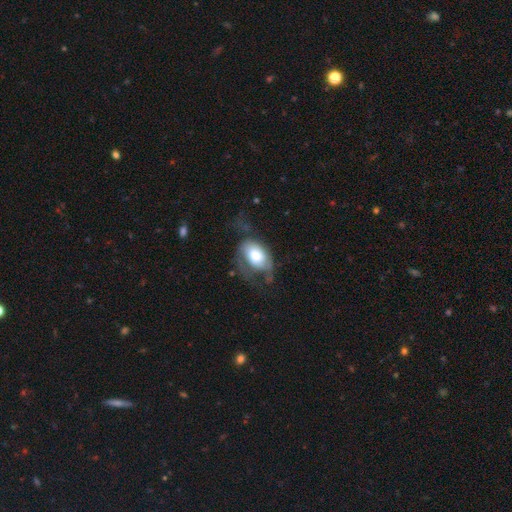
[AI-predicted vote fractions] smooth 54%, featured or disk 39%, star or artifact 7%. Down the decision tree: how rounded — in between (84%); merging — major disturbance (43%).